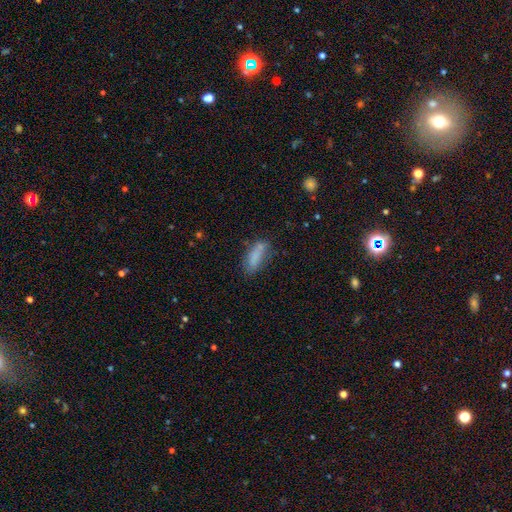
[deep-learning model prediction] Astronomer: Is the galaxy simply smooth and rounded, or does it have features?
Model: smooth — 76%.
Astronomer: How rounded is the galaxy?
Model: in between — 56% (runner-up: cigar-shaped, 41%).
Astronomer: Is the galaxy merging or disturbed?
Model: none — 58%.